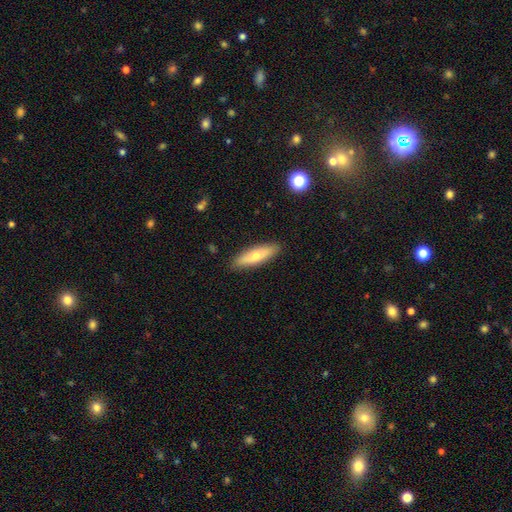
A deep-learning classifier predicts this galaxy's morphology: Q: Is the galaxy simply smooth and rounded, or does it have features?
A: smooth — 63%.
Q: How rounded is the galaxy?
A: cigar-shaped — 58%.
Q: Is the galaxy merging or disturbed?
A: none — 88%.